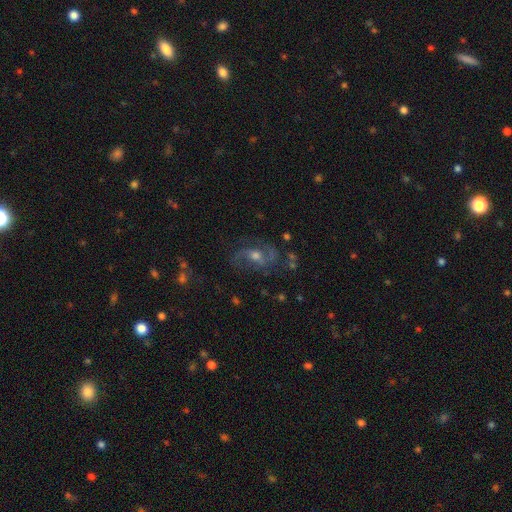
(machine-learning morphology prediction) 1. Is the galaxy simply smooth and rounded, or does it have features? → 76% featured or disk, 13% star or artifact, 10% smooth.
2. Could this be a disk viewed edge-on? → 96% no, 4% yes.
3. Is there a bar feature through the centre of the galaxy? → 46% no, 42% weak, 12% strong.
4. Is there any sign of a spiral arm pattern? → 93% yes, 7% no.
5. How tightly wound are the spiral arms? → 52% medium, 28% loose, 20% tight.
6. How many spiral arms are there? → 78% 2, 9% can't tell, 6% 3, 3% 1, 2% 4, 2% more than 4.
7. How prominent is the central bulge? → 64% moderate, 23% small, 9% large, 2% none, 1% dominant.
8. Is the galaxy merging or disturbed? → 72% none, 15% minor disturbance, 10% major disturbance, 2% merger.